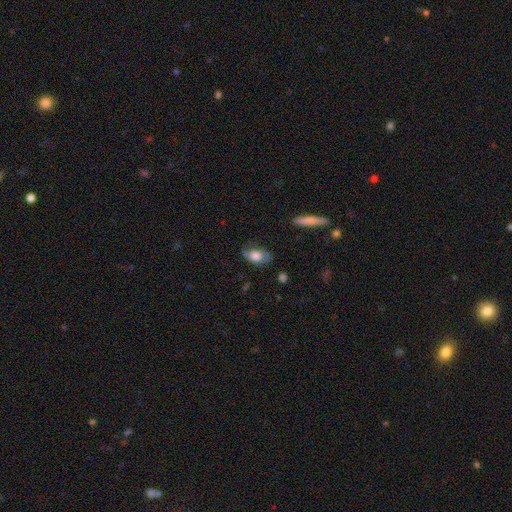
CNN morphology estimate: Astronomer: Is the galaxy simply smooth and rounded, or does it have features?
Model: smooth — 53% (runner-up: featured or disk, 39%).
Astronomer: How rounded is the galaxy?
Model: in between — 85%.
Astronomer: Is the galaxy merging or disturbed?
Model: none — 67%.